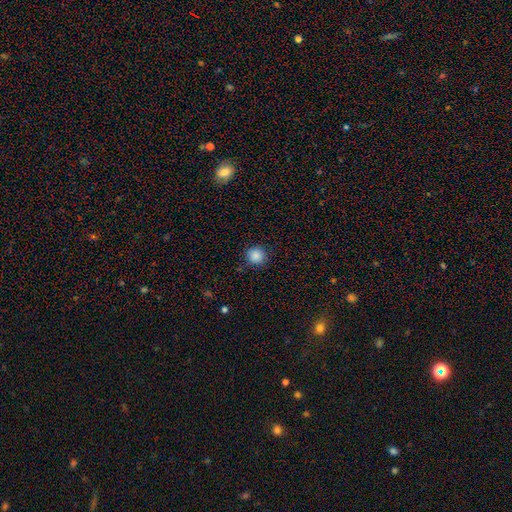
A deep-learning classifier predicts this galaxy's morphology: A smooth galaxy with no disk features (86%) that is round (92%).

Vote fractions:
- Smooth or featured? smooth: 86% / star or artifact: 10% / featured or disk: 3%
- How rounded? round: 92% / in between: 7% / cigar-shaped: 1%
- Merging? none: 87% / minor disturbance: 9% / major disturbance: 2% / merger: 1%